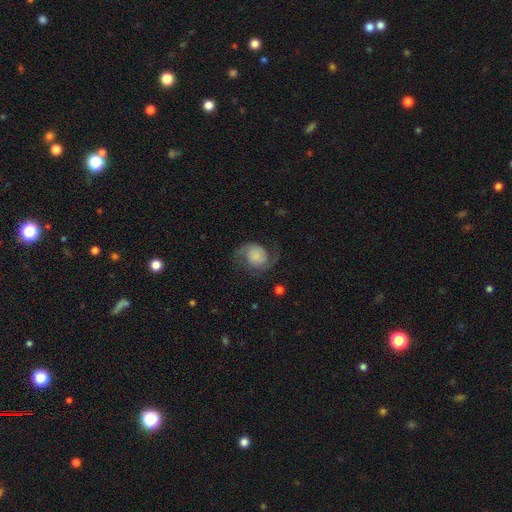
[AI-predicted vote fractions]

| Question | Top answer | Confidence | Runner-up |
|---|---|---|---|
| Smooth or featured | featured or disk | 76% | smooth (17%) |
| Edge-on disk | no | 98% | yes (2%) |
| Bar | no | 75% | weak (21%) |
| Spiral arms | yes | 96% | no (4%) |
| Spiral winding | medium | 45% | loose (41%) |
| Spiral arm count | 2 | 94% | can't tell (2%) |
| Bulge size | none | 38% | small (18%) |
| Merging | none | 72% | minor disturbance (16%) |